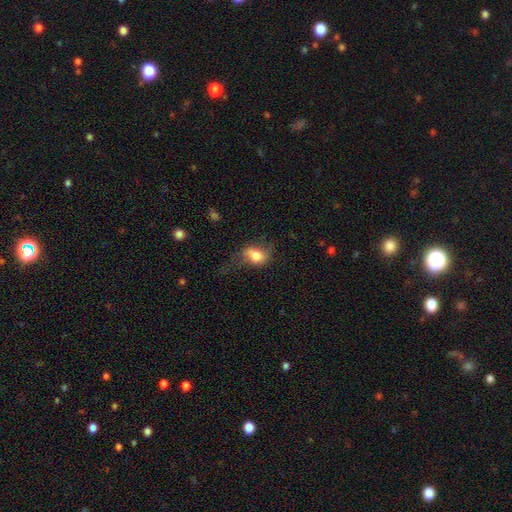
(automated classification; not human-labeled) A smooth galaxy with no disk features (69%) that is in between round and cigar-shaped (76%).

Vote fractions:
- Smooth or featured? smooth: 69% / featured or disk: 22% / star or artifact: 9%
- How rounded? in between: 76% / round: 21% / cigar-shaped: 3%
- Merging? none: 43% / minor disturbance: 29% / major disturbance: 25% / merger: 3%